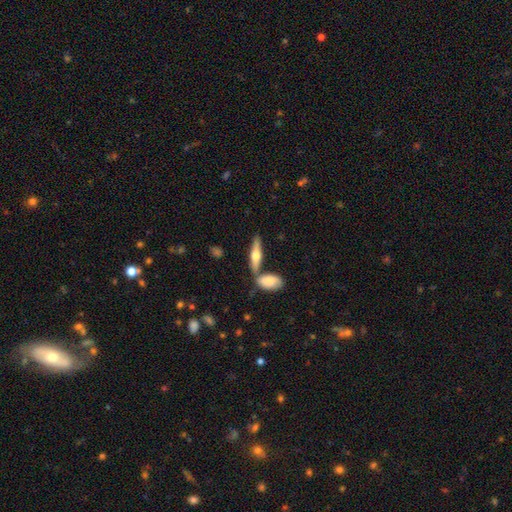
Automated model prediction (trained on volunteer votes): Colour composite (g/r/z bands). It shows a featured or disk galaxy (52%) viewed edge-on (92%). Merging: none (63%).